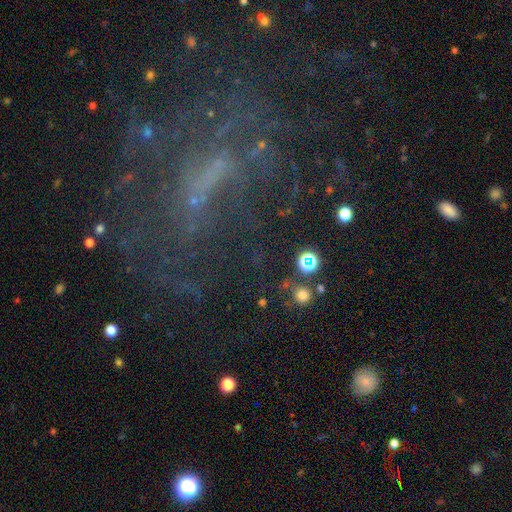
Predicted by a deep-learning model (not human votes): Smooth or featured?
  - featured or disk: 52% *
  - star or artifact: 29%
  - smooth: 18%
Edge-on disk?
  - no: 92% *
  - yes: 8%
Merging?
  - none: 55% *
  - major disturbance: 24%
  - minor disturbance: 17%
  - merger: 4%